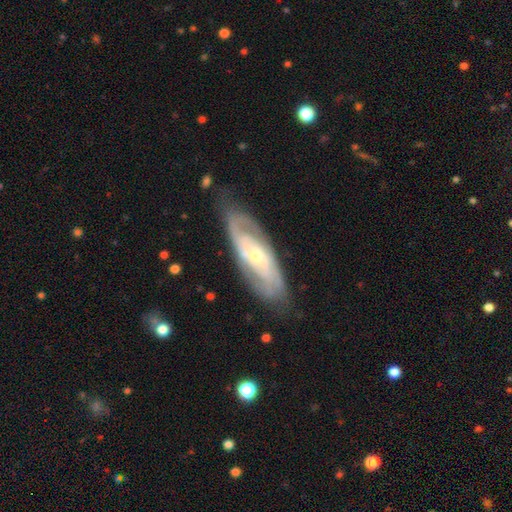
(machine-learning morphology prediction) Q: Smooth or featured?
A: featured or disk (80%); runner-up: smooth (14%)
Q: Edge-on disk?
A: no (87%); runner-up: yes (13%)
Q: Bar?
A: no (62%); runner-up: weak (28%)
Q: Spiral arms?
A: yes (88%); runner-up: no (12%)
Q: Spiral winding?
A: tight (58%); runner-up: medium (33%)
Q: Spiral arm count?
A: 2 (47%); runner-up: can't tell (35%)
Q: Bulge size?
A: small (59%); runner-up: moderate (37%)
Q: Merging?
A: none (75%); runner-up: minor disturbance (18%)